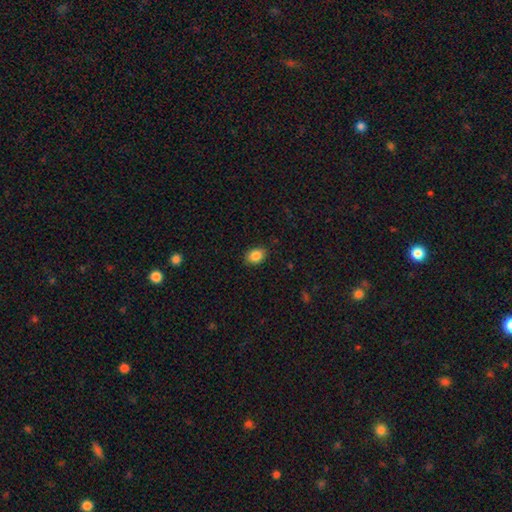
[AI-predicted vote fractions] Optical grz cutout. It shows a smooth galaxy with no disk features (86%) that is in between round and cigar-shaped (68%). Merging: none (87%).